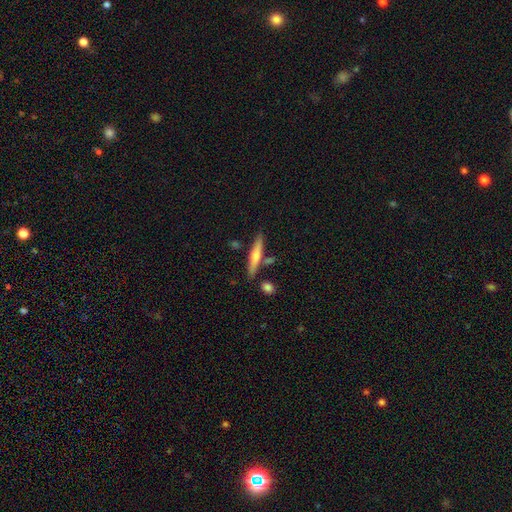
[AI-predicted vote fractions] This is possibly a smooth galaxy (47%, tied with featured or disk). Merging: likely none (79%).